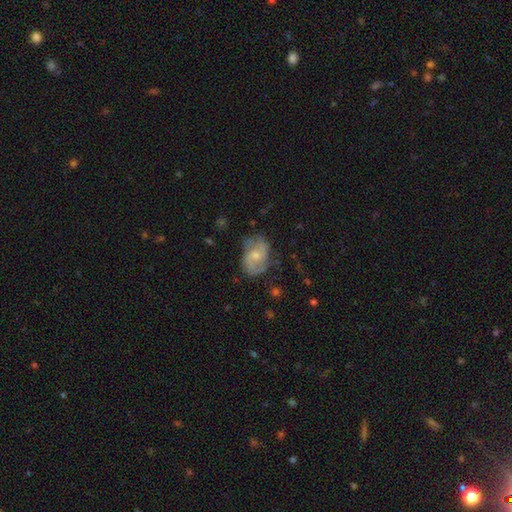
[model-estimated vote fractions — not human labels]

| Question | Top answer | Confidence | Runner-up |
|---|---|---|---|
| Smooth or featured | featured or disk | 73% | smooth (20%) |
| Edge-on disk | no | 97% | yes (3%) |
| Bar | no | 55% | weak (38%) |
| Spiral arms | yes | 92% | no (8%) |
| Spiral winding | medium | 50% | loose (29%) |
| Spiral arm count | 2 | 84% | can't tell (9%) |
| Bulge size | small | 50% | moderate (43%) |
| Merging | none | 68% | minor disturbance (22%) |